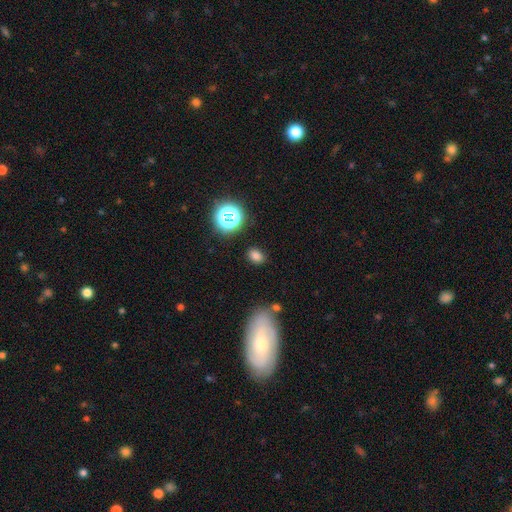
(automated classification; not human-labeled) Morphology: type=smooth (76%); roundness=in between (67%); merging=none (85%).